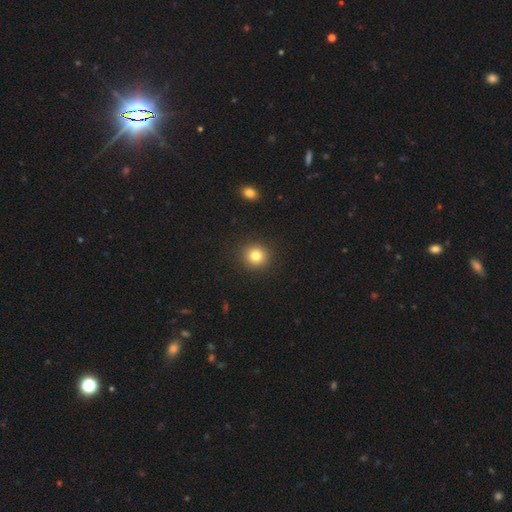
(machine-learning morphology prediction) smooth 81%, star or artifact 12%, featured or disk 8%. Down the decision tree: how rounded — round (93%); merging — none (92%).